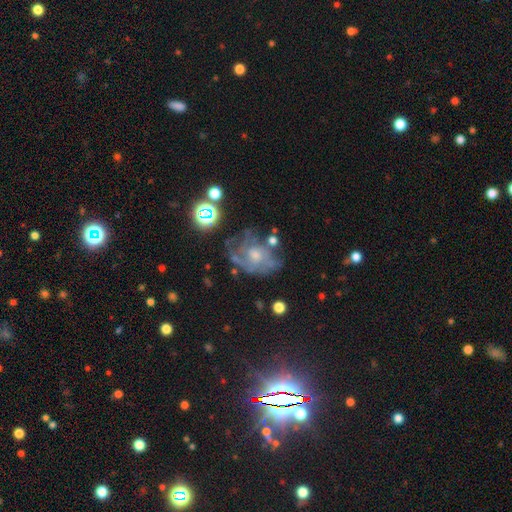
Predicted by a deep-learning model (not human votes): Morphology: type=featured or disk (64%); edge-on=no (97%); bar=no (79%); spiral arms=yes (67%); bulge=moderate (46%); merging=none (48%).